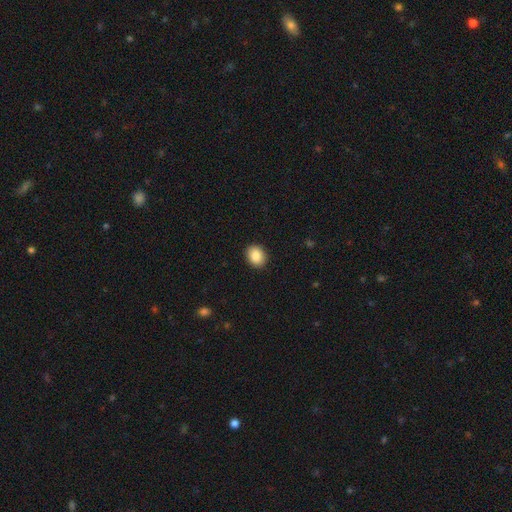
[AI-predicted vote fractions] Smooth or featured: smooth — 88% (star or artifact — 8%)
How rounded: in between — 50% (round — 49%)
Merging: none — 91% (minor disturbance — 6%)